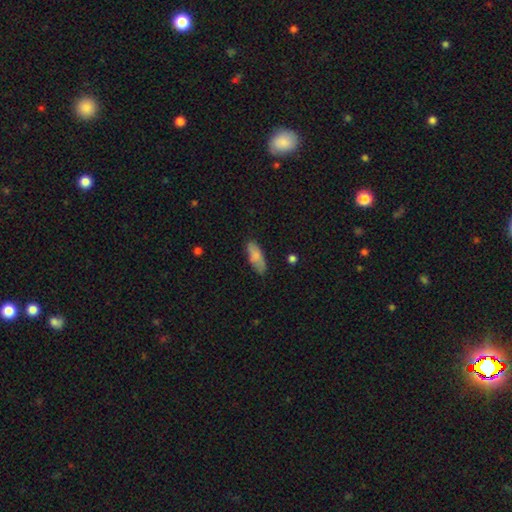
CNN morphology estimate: The model was most divided on "how rounded": in between: 69%, cigar-shaped: 29%, round: 2%. More confident: smooth or featured — smooth (81%); merging — none (76%).